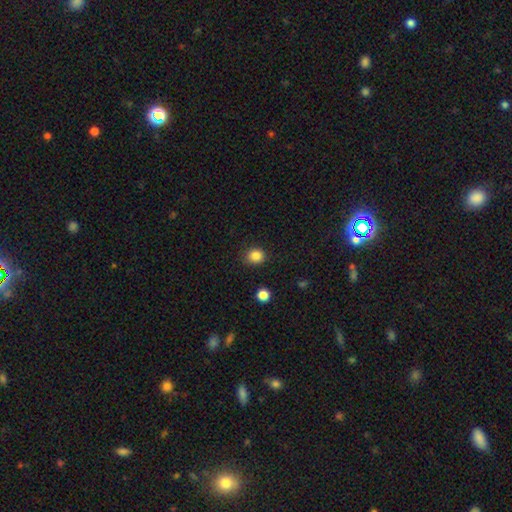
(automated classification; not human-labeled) This is clearly a smooth galaxy (85%). How rounded: likely round (78%). Merging: clearly none (85%).